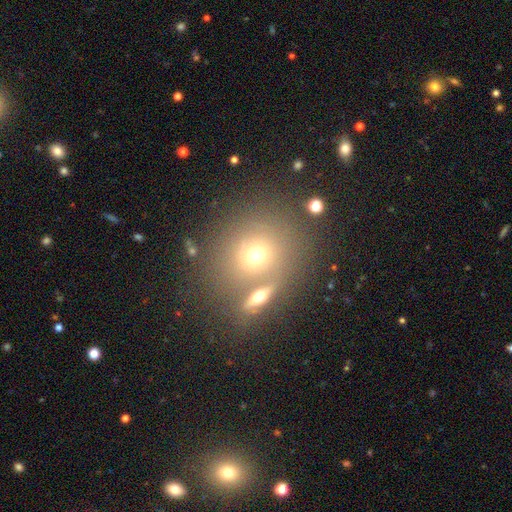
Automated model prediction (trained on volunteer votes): Smooth or featured? Predicted: smooth (p=0.63). How rounded? Predicted: round (p=0.80). Merging? Predicted: none (p=0.58).